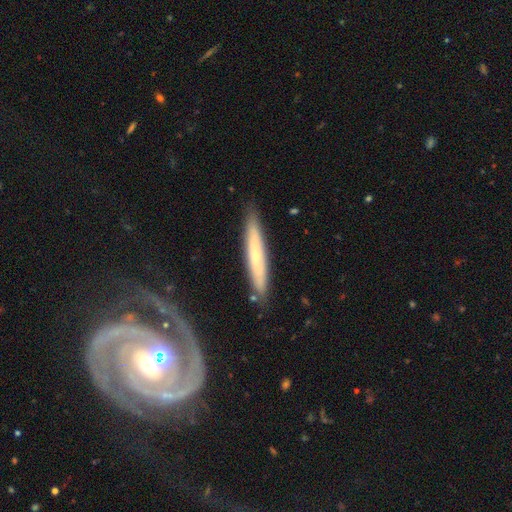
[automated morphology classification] A smooth galaxy with no disk features (47%, tied with featured or disk). Merging: none (85%).